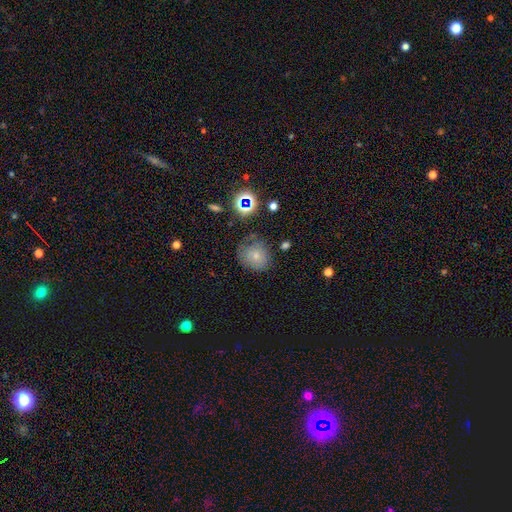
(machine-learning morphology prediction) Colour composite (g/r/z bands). It shows a smooth galaxy with no disk features (69%) that is round (74%). Merging: none (64%).